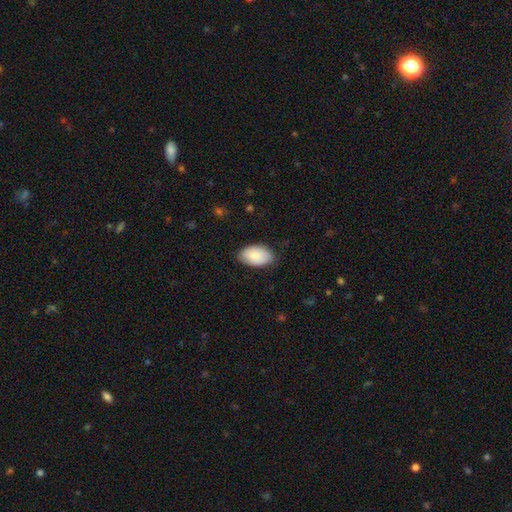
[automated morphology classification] Smooth or featured? Predicted: smooth (p=0.84). How rounded? Predicted: in between (p=0.95). Merging? Predicted: none (p=0.80).